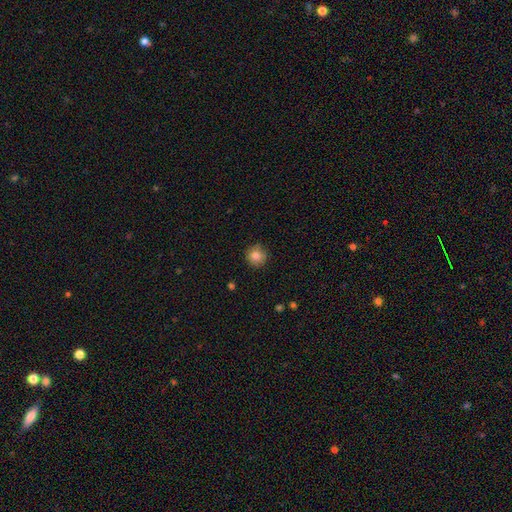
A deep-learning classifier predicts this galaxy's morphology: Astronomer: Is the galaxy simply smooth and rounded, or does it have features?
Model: smooth — 83%.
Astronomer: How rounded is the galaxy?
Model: round — 94%.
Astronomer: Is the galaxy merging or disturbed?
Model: none — 87%.